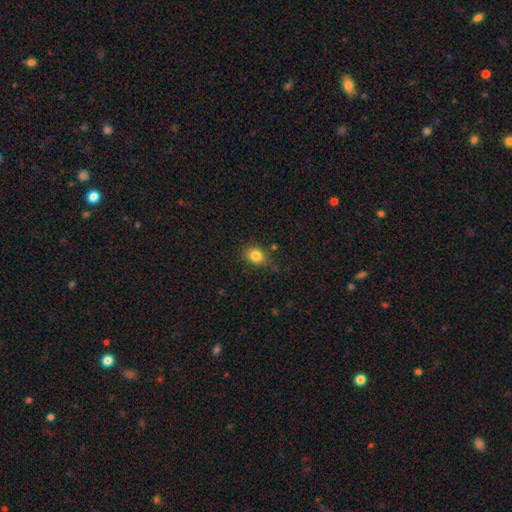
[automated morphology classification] Overall: smooth (83%). How rounded: round (50%; in between 49%). Merging: none (80%).